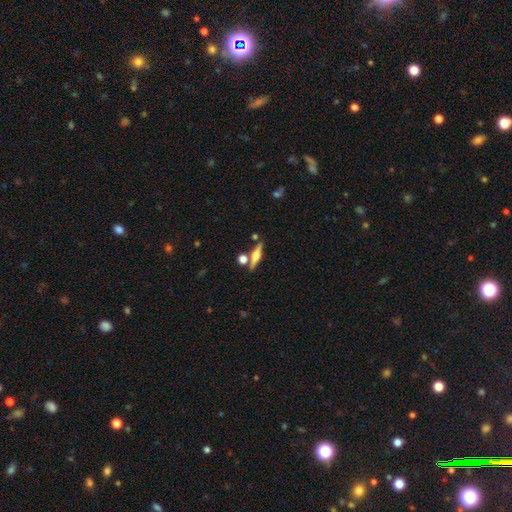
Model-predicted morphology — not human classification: Q: Smooth or featured?
A: featured or disk (61%); runner-up: smooth (31%)
Q: Edge-on disk?
A: yes (96%); runner-up: no (4%)
Q: Edge-on bulge?
A: rounded (91%); runner-up: boxy (6%)
Q: Merging?
A: none (77%); runner-up: merger (11%)